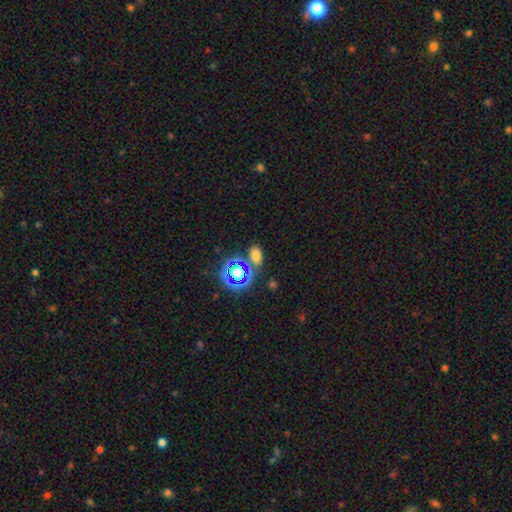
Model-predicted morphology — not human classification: The model was most divided on "smooth or featured": smooth: 62%, star or artifact: 30%, featured or disk: 8%. More confident: how rounded — in between (82%); merging — none (70%).